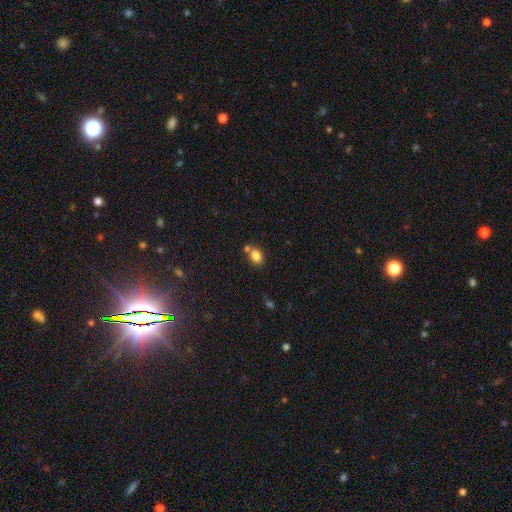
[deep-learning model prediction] Smooth or featured?
  - smooth: 83% *
  - star or artifact: 11%
  - featured or disk: 7%
How rounded?
  - in between: 63% *
  - round: 36%
  - cigar-shaped: 1%
Merging?
  - none: 60% *
  - merger: 24%
  - minor disturbance: 12%
  - major disturbance: 4%